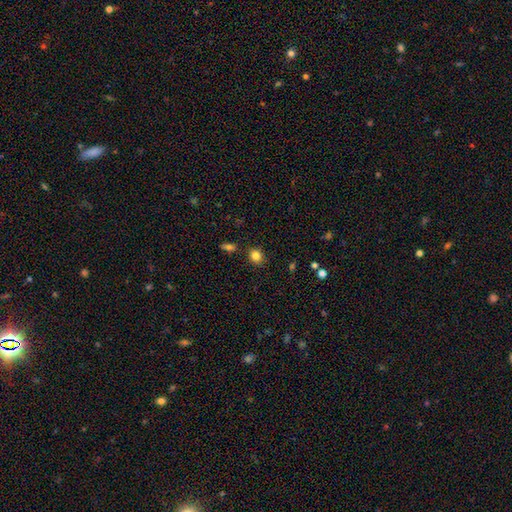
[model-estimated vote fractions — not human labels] Smooth or featured? Predicted: smooth (p=0.83). How rounded? Predicted: round (p=0.72). Merging? Predicted: none (p=0.86).